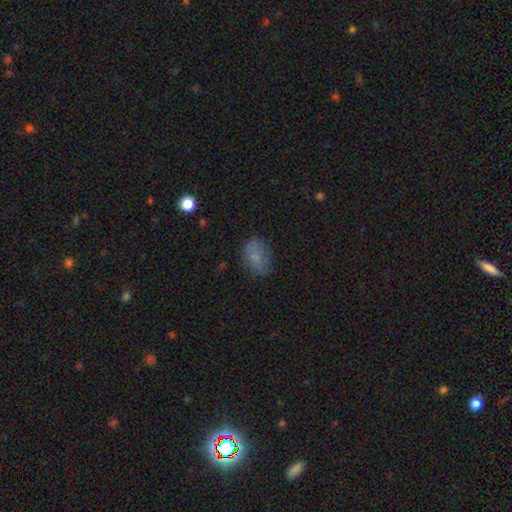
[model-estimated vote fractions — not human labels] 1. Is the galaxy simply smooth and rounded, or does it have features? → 76% smooth, 13% featured or disk, 11% star or artifact.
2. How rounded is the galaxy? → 78% in between, 20% round, 2% cigar-shaped.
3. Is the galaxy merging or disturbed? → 73% none, 19% minor disturbance, 6% major disturbance, 2% merger.